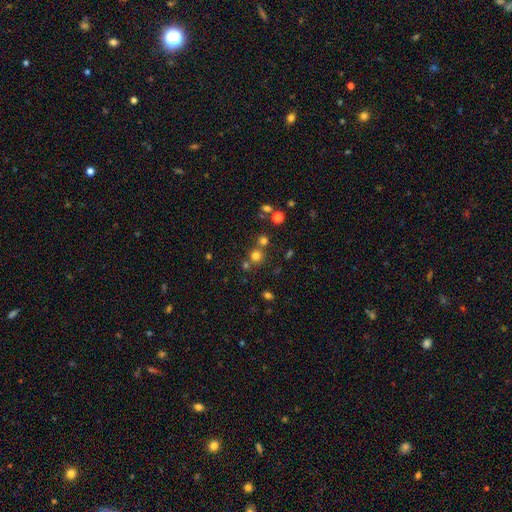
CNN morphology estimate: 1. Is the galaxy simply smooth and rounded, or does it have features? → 68% smooth, 23% star or artifact, 9% featured or disk.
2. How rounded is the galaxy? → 91% round, 8% in between, 1% cigar-shaped.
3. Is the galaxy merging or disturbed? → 67% none, 23% merger, 7% minor disturbance, 3% major disturbance.